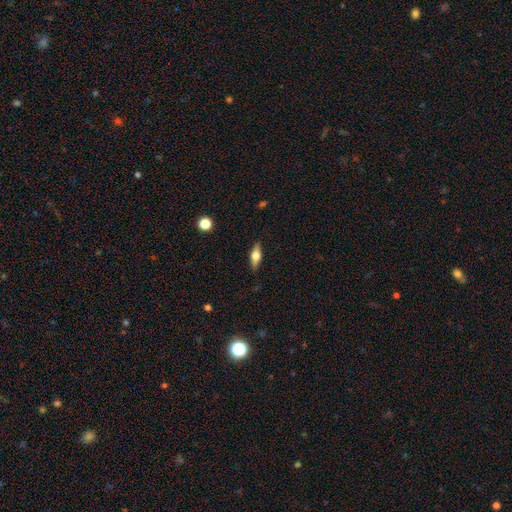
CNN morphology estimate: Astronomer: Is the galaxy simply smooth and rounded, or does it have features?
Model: featured or disk — 50% (runner-up: smooth, 43%).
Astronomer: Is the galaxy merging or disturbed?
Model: none — 87%.